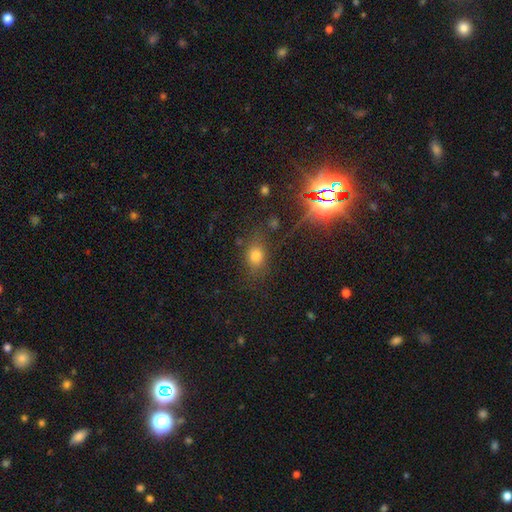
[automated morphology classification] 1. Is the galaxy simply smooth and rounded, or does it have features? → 68% smooth, 22% star or artifact, 10% featured or disk.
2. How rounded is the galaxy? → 62% in between, 35% round, 3% cigar-shaped.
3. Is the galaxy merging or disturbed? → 74% none, 15% minor disturbance, 7% major disturbance, 4% merger.